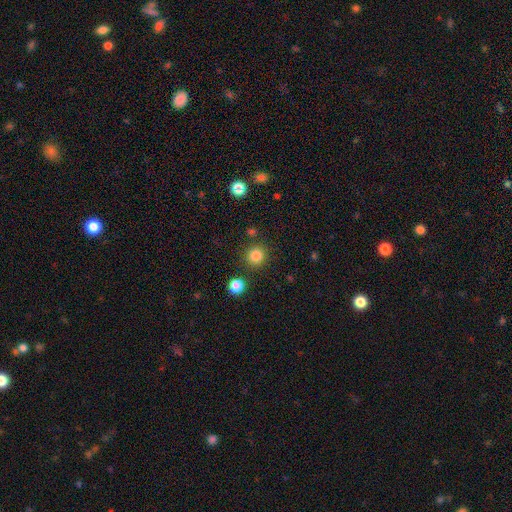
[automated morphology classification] smooth-or-featured: smooth: 84% | star or artifact: 12% | featured or disk: 4%
  how-rounded: round: 92% | in between: 7% | cigar-shaped: 1%
  merging: none: 86% | minor disturbance: 7% | merger: 4% | major disturbance: 3%